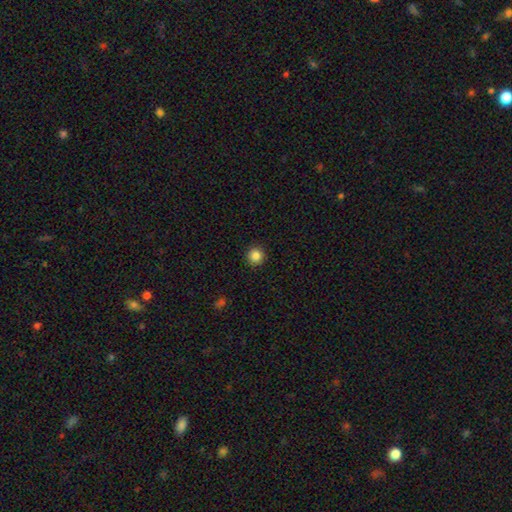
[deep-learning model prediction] smooth-or-featured: smooth: 86% | star or artifact: 10% | featured or disk: 4%
  how-rounded: round: 95% | in between: 4% | cigar-shaped: 1%
  merging: none: 92% | minor disturbance: 5% | major disturbance: 2% | merger: 1%